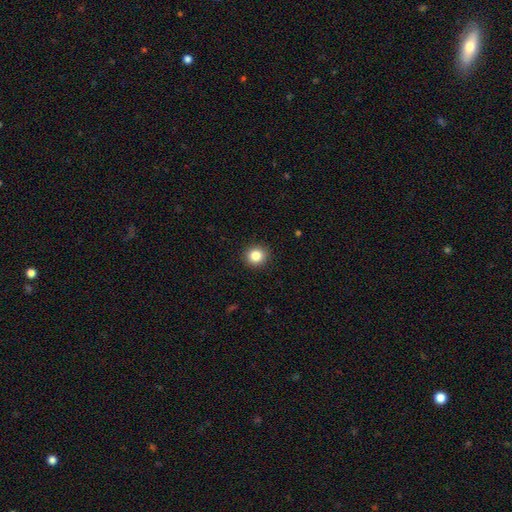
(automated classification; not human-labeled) A smooth galaxy with no disk features (84%) that is round (90%).

Vote fractions:
- Smooth or featured? smooth: 84% / star or artifact: 10% / featured or disk: 5%
- How rounded? round: 90% / in between: 9% / cigar-shaped: 1%
- Merging? none: 92% / minor disturbance: 5% / major disturbance: 2% / merger: 1%